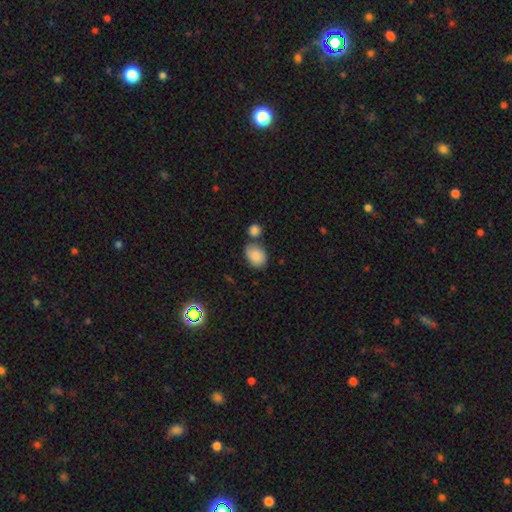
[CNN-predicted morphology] Smooth or featured?
  - smooth: 84% *
  - featured or disk: 8%
  - star or artifact: 8%
How rounded?
  - in between: 72% *
  - round: 27%
  - cigar-shaped: 1%
Merging?
  - none: 61% *
  - merger: 18%
  - minor disturbance: 17%
  - major disturbance: 4%